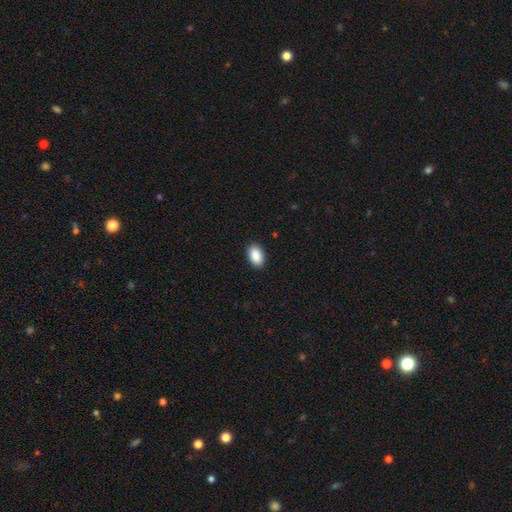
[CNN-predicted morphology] The model was most divided on "merging": none: 90%, minor disturbance: 7%, major disturbance: 2%, merger: 1%. More confident: how rounded — in between (93%); smooth or featured — smooth (90%).